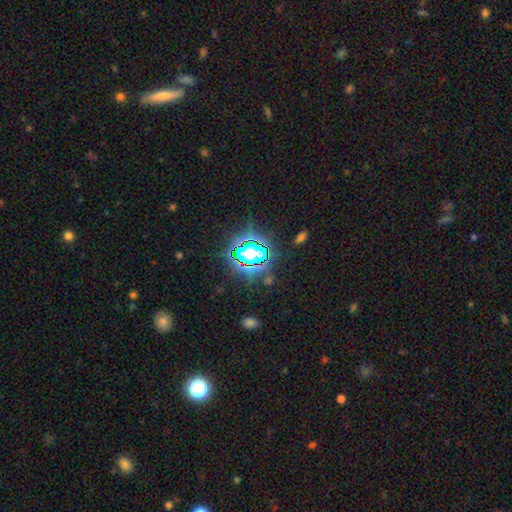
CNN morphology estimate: A star or artifact, not a galaxy (74%).

Vote fractions:
- Smooth or featured? star or artifact: 74% / smooth: 17% / featured or disk: 10%